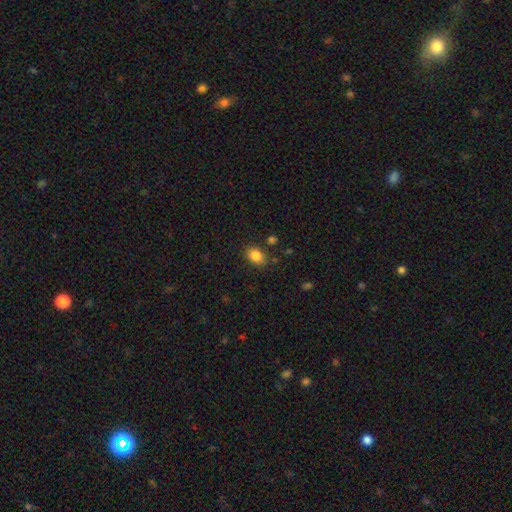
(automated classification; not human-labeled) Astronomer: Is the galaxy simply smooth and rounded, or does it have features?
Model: smooth — 85%.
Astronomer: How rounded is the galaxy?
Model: in between — 74%.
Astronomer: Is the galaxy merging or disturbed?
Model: none — 83%.